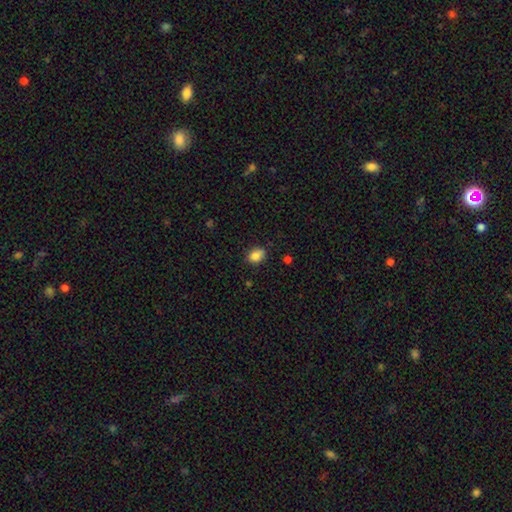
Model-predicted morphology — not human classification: Smooth or featured? smooth (85%)
How rounded? in between (64%)
Merging? none (78%)